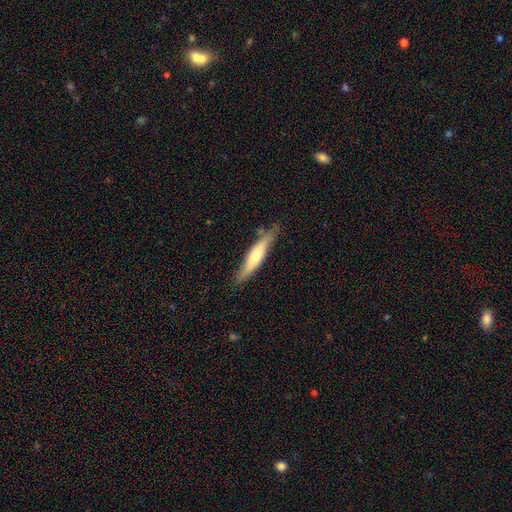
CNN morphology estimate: A smooth galaxy with no disk features (55%) that is cigar-shaped (84%).

Vote fractions:
- Smooth or featured? smooth: 55% / featured or disk: 39% / star or artifact: 5%
- How rounded? cigar-shaped: 84% / in between: 15% / round: 1%
- Merging? none: 76% / minor disturbance: 18% / major disturbance: 3% / merger: 3%